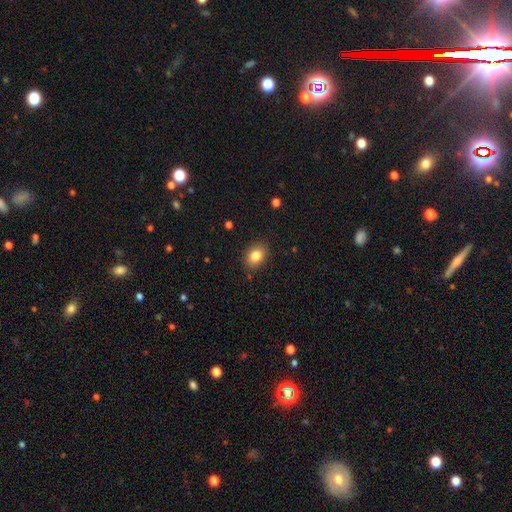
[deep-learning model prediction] Smooth or featured? Predicted: smooth (p=0.82). How rounded? Predicted: in between (p=0.67). Merging? Predicted: none (p=0.86).